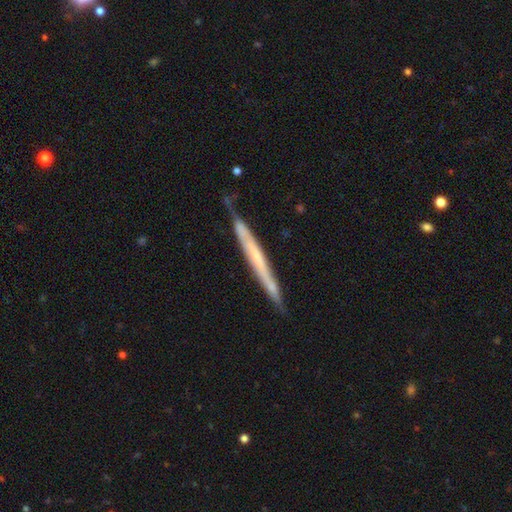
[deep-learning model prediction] A featured or disk galaxy (60%) viewed edge-on (90%) with no central bulge (77%). Merging: none (68%).